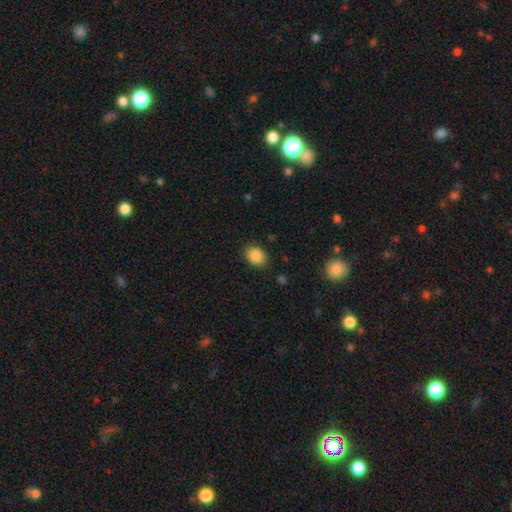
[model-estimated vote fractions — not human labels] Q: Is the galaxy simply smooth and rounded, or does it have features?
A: smooth — 87%.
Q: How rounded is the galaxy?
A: in between — 62%.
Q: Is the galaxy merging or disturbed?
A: none — 85%.